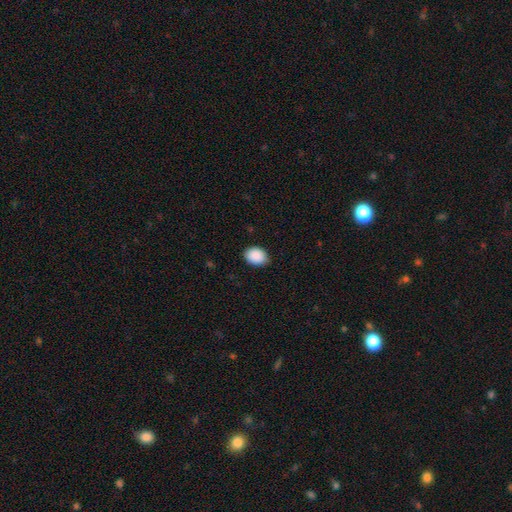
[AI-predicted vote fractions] smooth_or_featured: smooth (p=0.91) [alt: star or artifact p=0.07]
how_rounded: in between (p=0.65) [alt: round p=0.34]
merging: none (p=0.86) [alt: minor disturbance p=0.11]